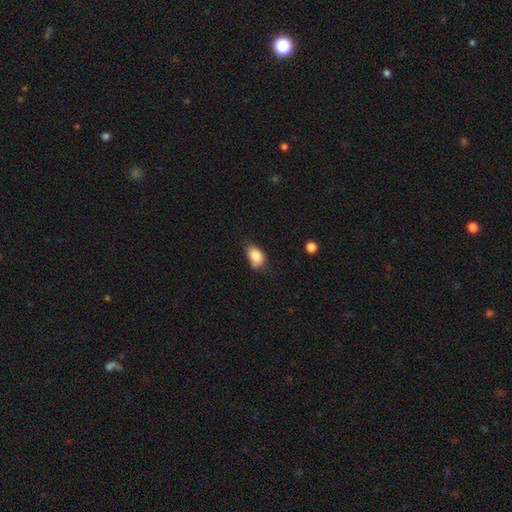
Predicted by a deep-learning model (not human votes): A smooth galaxy with no disk features (84%) that is in between round and cigar-shaped (84%). Merging: none (47%).